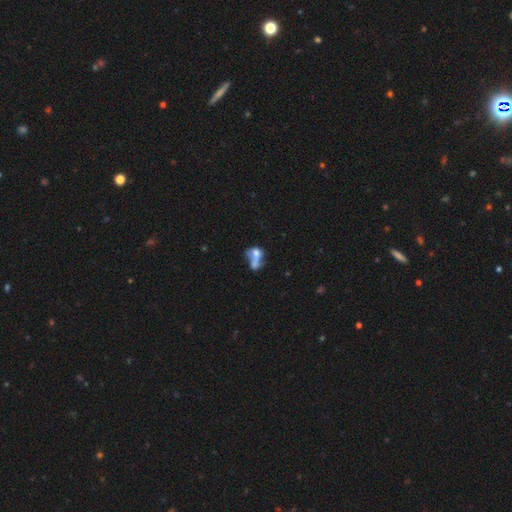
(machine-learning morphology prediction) smooth 57%, featured or disk 30%, star or artifact 13%. Down the decision tree: how rounded — in between (63%); merging — merger (58%).